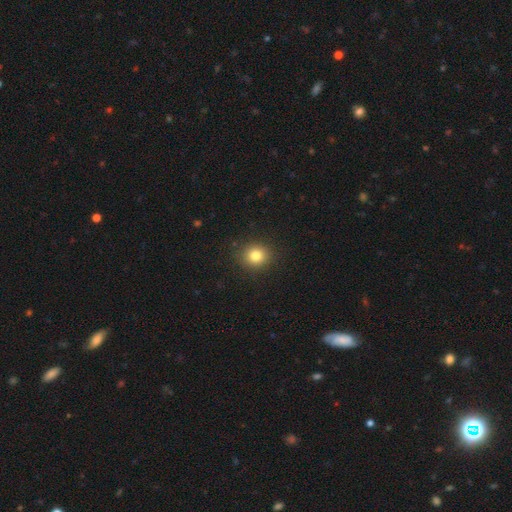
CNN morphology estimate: Smooth or featured: smooth — 81% (star or artifact — 12%)
How rounded: round — 83% (in between — 16%)
Merging: none — 90% (minor disturbance — 7%)